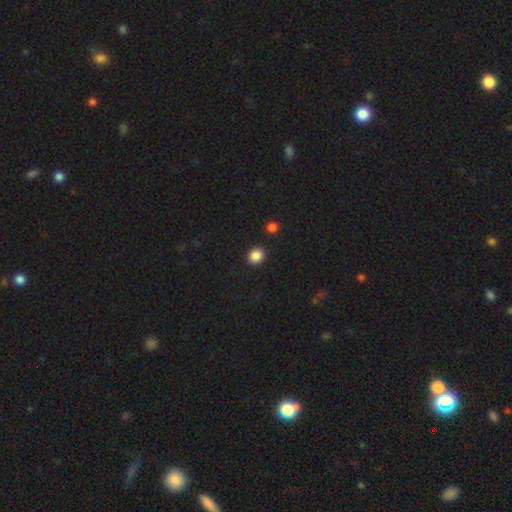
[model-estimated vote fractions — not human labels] smooth-or-featured: smooth: 86% | star or artifact: 10% | featured or disk: 4%
  how-rounded: round: 62% | in between: 37% | cigar-shaped: 1%
  merging: none: 88% | minor disturbance: 7% | merger: 3% | major disturbance: 2%